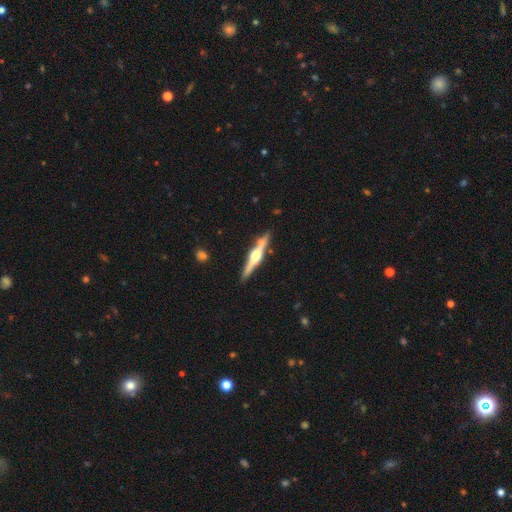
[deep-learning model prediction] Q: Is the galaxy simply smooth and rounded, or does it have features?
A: featured or disk — 76%.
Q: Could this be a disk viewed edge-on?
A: yes — 98%.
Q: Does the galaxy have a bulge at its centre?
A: rounded — 92%.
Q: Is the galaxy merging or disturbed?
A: none — 86%.